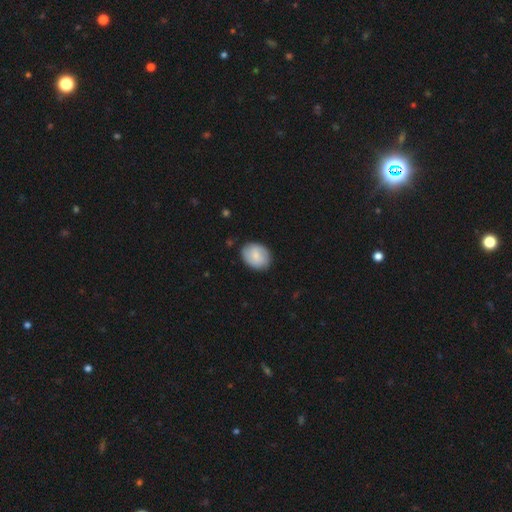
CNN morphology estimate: This appears to be a smooth galaxy with no disk features (76%) that is in between round and cigar-shaped (58%). Merging: none (84%).